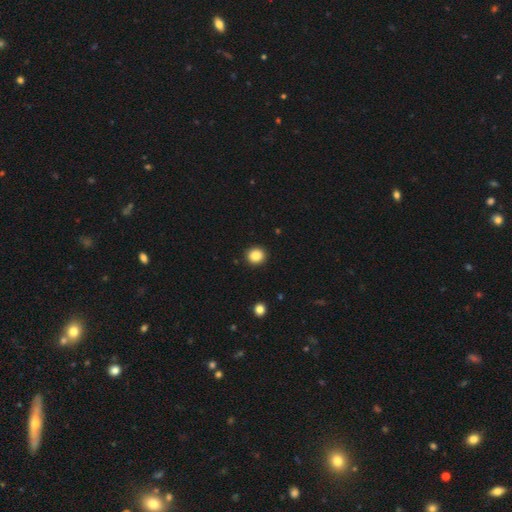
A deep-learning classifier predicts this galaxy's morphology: Q: Smooth or featured?
A: smooth (86%); runner-up: star or artifact (10%)
Q: How rounded?
A: round (83%); runner-up: in between (16%)
Q: Merging?
A: none (92%); runner-up: minor disturbance (5%)